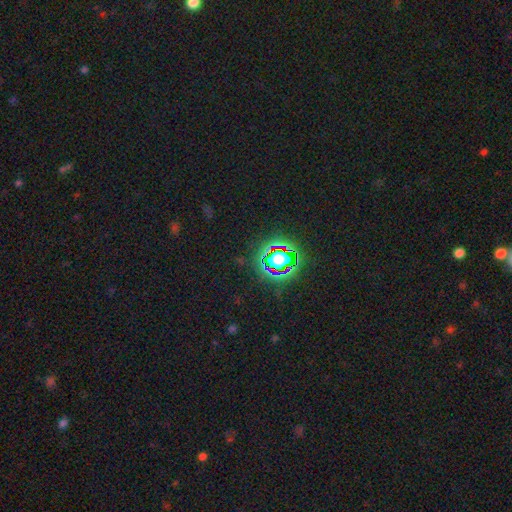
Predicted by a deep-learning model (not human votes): This is likely a star or artifact rather than a galaxy (78%).